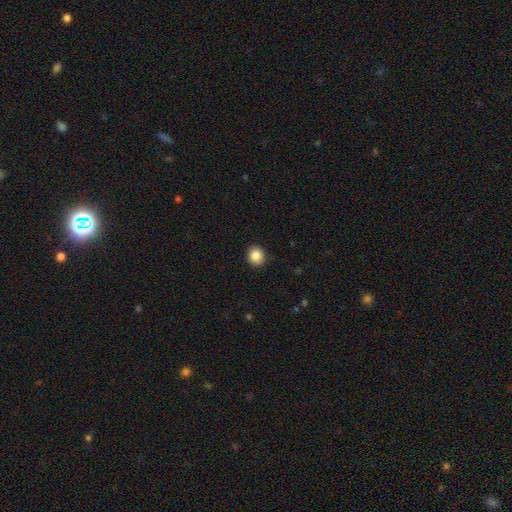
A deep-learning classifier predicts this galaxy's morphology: Overall: smooth (86%). How rounded: round (79%). Merging: none (92%).